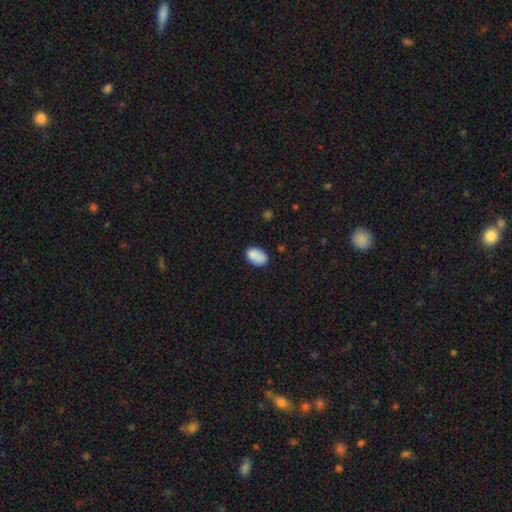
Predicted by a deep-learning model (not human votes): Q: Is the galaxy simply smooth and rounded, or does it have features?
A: smooth — 87%.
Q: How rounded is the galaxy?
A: in between — 88%.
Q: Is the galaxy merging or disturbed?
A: none — 73%.